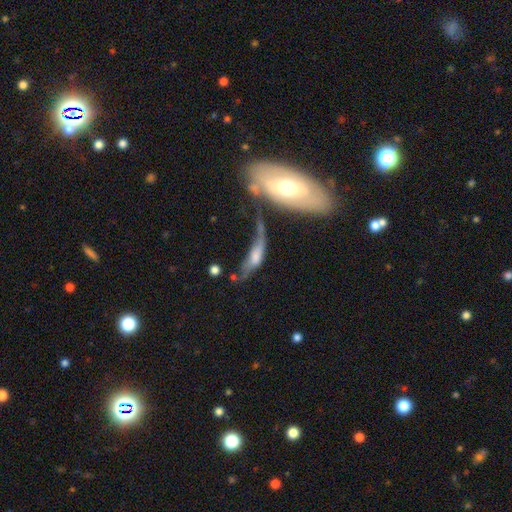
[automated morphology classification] Smooth or featured? Predicted: smooth (p=0.48). Merging? Predicted: merger (p=0.33).